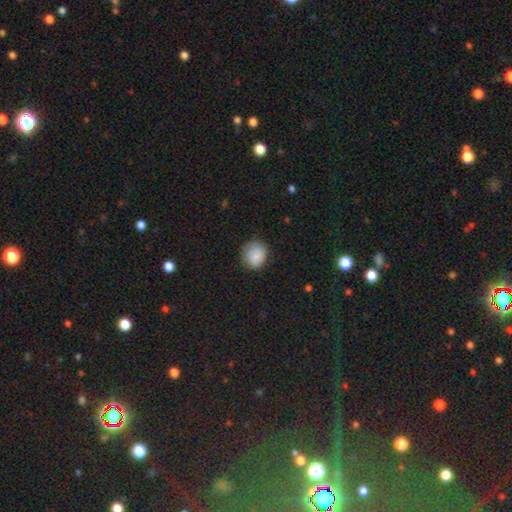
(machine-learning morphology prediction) type=smooth (85%); roundness=round (79%); merging=none (76%).